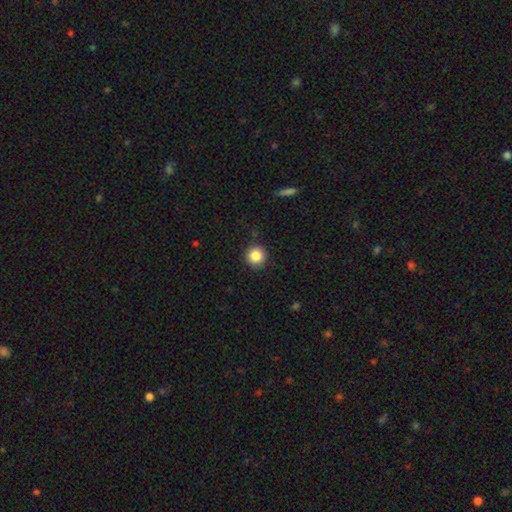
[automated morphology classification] A smooth galaxy with no disk features (85%) that is round (94%).

Vote fractions:
- Smooth or featured? smooth: 85% / star or artifact: 10% / featured or disk: 4%
- How rounded? round: 94% / in between: 5% / cigar-shaped: 1%
- Merging? none: 90% / minor disturbance: 7% / major disturbance: 2% / merger: 1%